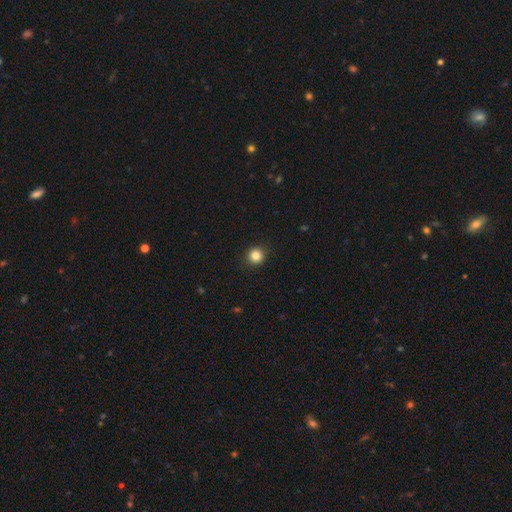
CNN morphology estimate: smooth_or_featured: smooth (p=0.85) [alt: star or artifact p=0.11]
how_rounded: round (p=0.94) [alt: in between p=0.05]
merging: none (p=0.92) [alt: minor disturbance p=0.05]